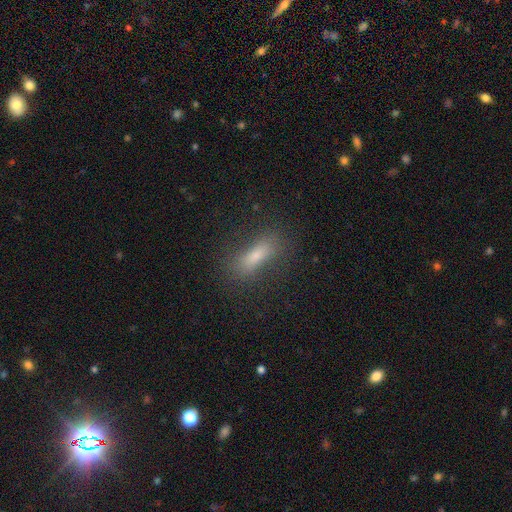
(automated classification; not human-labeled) A smooth galaxy with no disk features (68%) that is cigar-shaped (51%). Merging: none (77%).